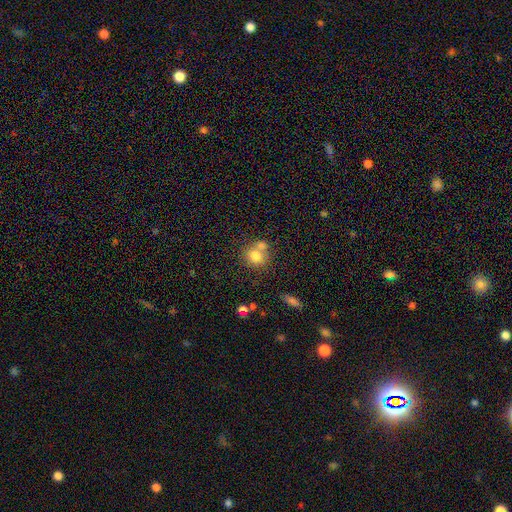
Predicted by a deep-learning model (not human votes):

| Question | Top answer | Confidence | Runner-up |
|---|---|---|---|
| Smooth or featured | smooth | 77% | featured or disk (13%) |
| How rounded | round | 79% | in between (20%) |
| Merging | none | 45% | merger (42%) |